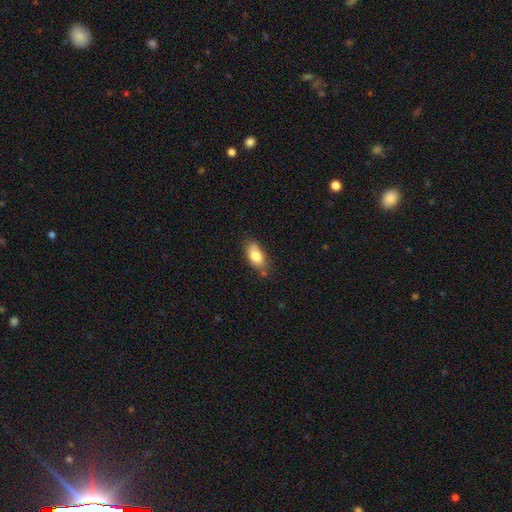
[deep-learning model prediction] Morphology: type=smooth (82%); roundness=in between (88%); merging=none (70%).